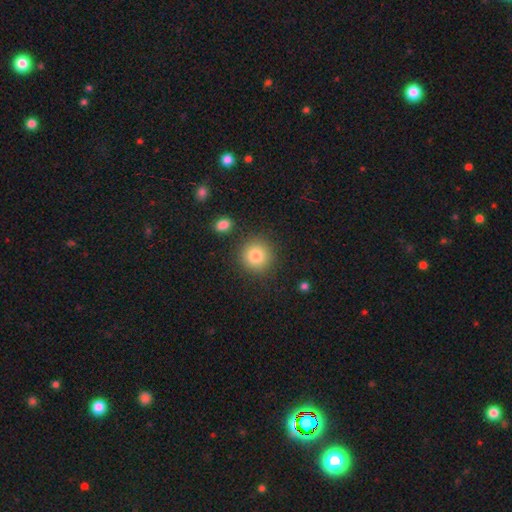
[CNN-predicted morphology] A smooth galaxy with no disk features (83%) that is round (93%).

Vote fractions:
- Smooth or featured? smooth: 83% / star or artifact: 10% / featured or disk: 7%
- How rounded? round: 93% / in between: 6% / cigar-shaped: 1%
- Merging? none: 86% / minor disturbance: 7% / merger: 4% / major disturbance: 3%